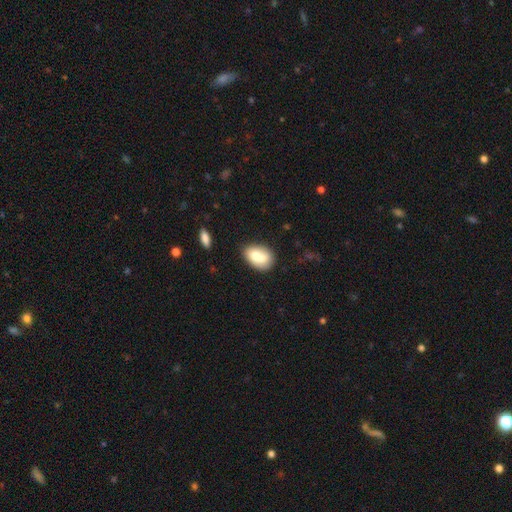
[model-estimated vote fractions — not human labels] Smooth or featured?
  - smooth: 73% *
  - featured or disk: 20%
  - star or artifact: 8%
How rounded?
  - in between: 80% *
  - round: 18%
  - cigar-shaped: 2%
Merging?
  - none: 46% *
  - merger: 31%
  - minor disturbance: 18%
  - major disturbance: 5%